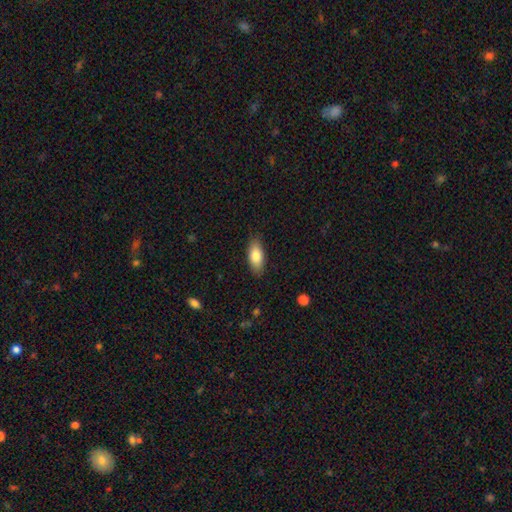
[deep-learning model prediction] A smooth galaxy with no disk features (80%) that is in between round and cigar-shaped (84%).

Vote fractions:
- Smooth or featured? smooth: 80% / featured or disk: 13% / star or artifact: 7%
- How rounded? in between: 84% / cigar-shaped: 13% / round: 3%
- Merging? none: 86% / minor disturbance: 11% / major disturbance: 2% / merger: 1%